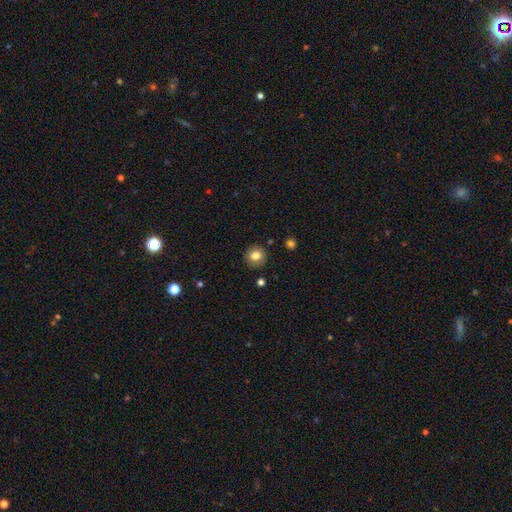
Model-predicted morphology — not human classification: The model was most divided on "smooth or featured": smooth: 82%, star or artifact: 10%, featured or disk: 8%. More confident: how rounded — round (92%); merging — none (90%).